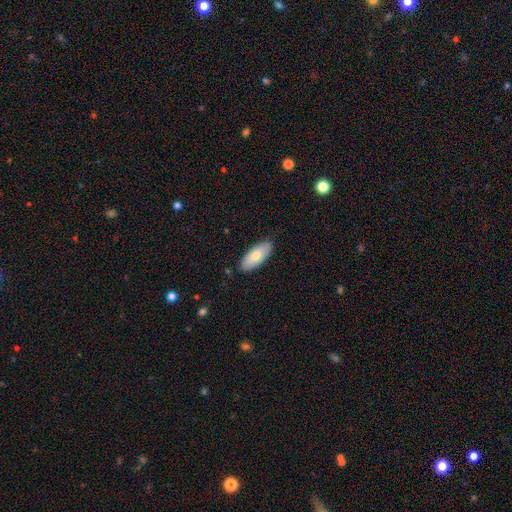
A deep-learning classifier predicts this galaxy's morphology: Smooth or featured: smooth — 72% (featured or disk — 22%)
How rounded: in between — 87% (cigar-shaped — 11%)
Merging: none — 87% (minor disturbance — 10%)